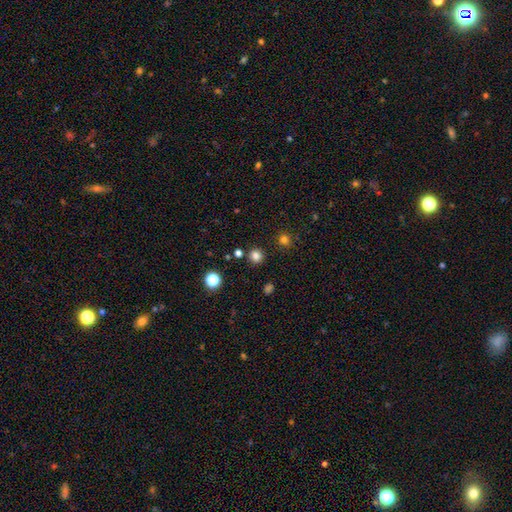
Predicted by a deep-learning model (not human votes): The model was most divided on "smooth or featured": smooth: 80%, star or artifact: 16%, featured or disk: 4%. More confident: how rounded — round (92%); merging — none (88%).